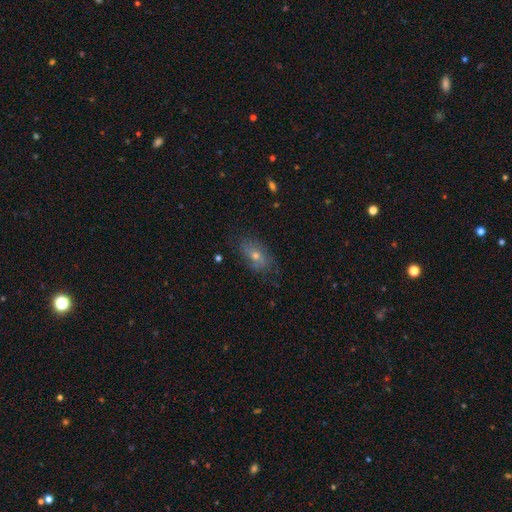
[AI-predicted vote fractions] Overall: smooth (44%; featured or disk 40%). Merging: none (74%).